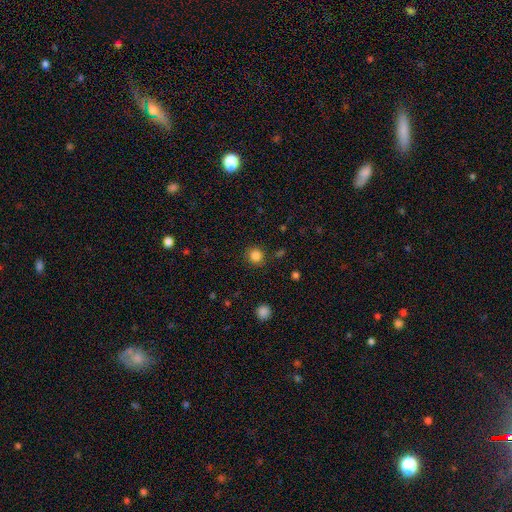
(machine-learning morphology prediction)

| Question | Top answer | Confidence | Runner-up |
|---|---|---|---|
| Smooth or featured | smooth | 84% | star or artifact (12%) |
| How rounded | round | 93% | in between (6%) |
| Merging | none | 89% | minor disturbance (7%) |